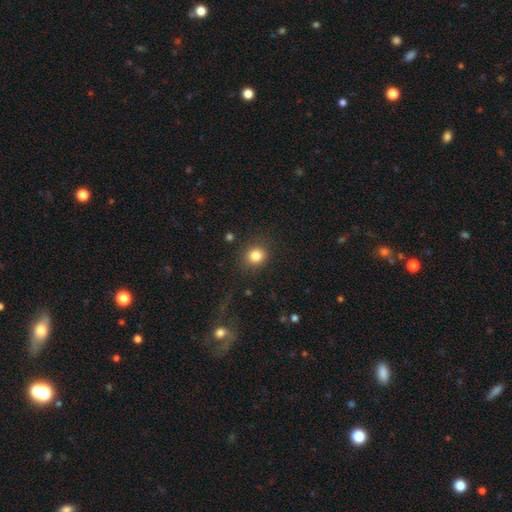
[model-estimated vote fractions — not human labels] Smooth or featured? Predicted: smooth (p=0.83). How rounded? Predicted: round (p=0.81). Merging? Predicted: none (p=0.86).